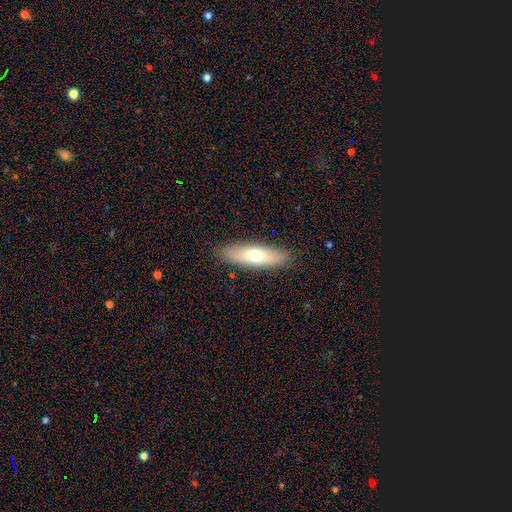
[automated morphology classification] A smooth galaxy with no disk features (66%) that is cigar-shaped (57%).

Vote fractions:
- Smooth or featured? smooth: 66% / featured or disk: 28% / star or artifact: 6%
- How rounded? cigar-shaped: 57% / in between: 41% / round: 2%
- Merging? none: 88% / minor disturbance: 9% / major disturbance: 2% / merger: 1%